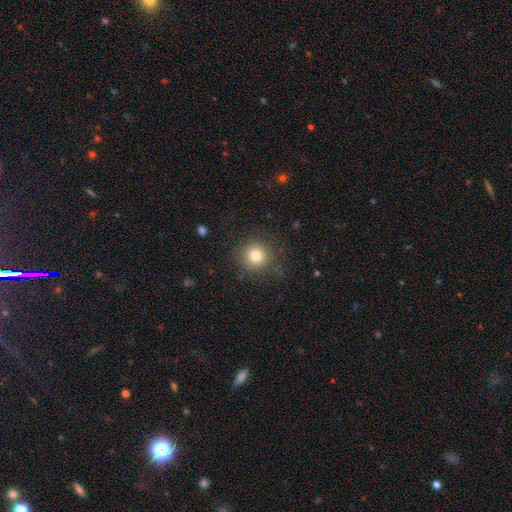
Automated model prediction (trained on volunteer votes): smooth_or_featured: smooth (p=0.79) [alt: star or artifact p=0.12]
how_rounded: round (p=0.92) [alt: in between p=0.07]
merging: none (p=0.84) [alt: minor disturbance p=0.10]